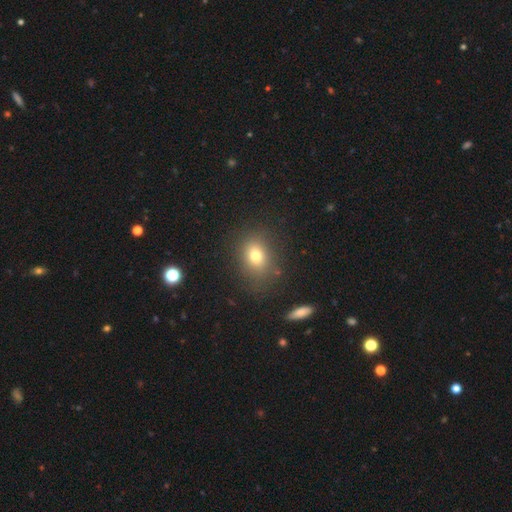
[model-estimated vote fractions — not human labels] This appears to be a smooth galaxy with no disk features (75%) that is in between round and cigar-shaped (56%). Merging: none (79%).